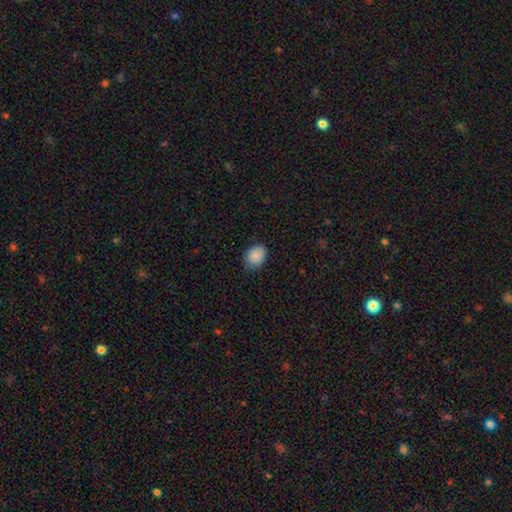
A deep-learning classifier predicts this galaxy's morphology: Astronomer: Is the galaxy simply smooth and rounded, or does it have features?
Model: smooth — 89%.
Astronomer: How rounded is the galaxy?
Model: in between — 57% (runner-up: round, 42%).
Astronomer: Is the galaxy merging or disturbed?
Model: none — 82%.